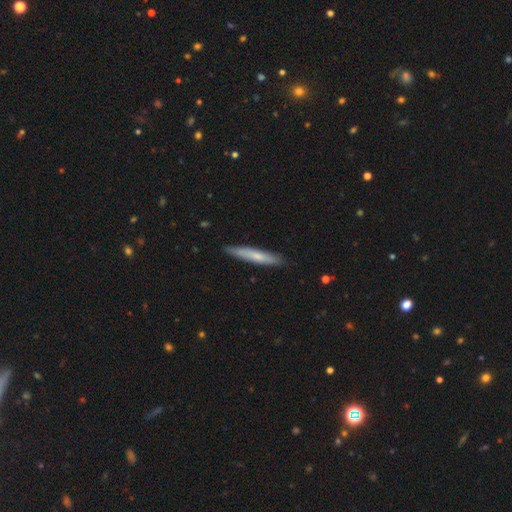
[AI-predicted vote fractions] The model was most divided on "smooth or featured": smooth: 64%, featured or disk: 30%, star or artifact: 5%. More confident: how rounded — cigar-shaped (93%); merging — none (88%).